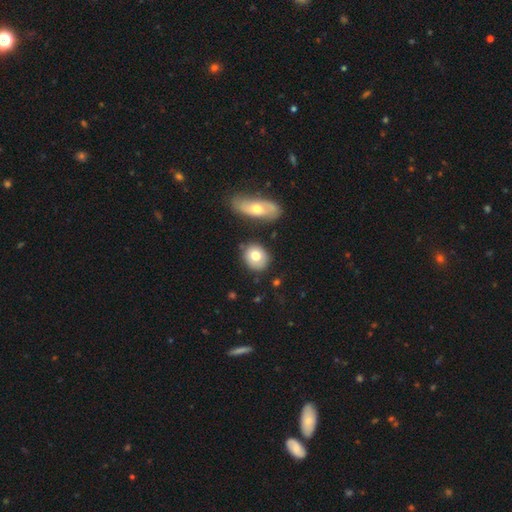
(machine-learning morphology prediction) Overall: smooth (73%). How rounded: round (66%; in between 33%). Merging: none (76%).